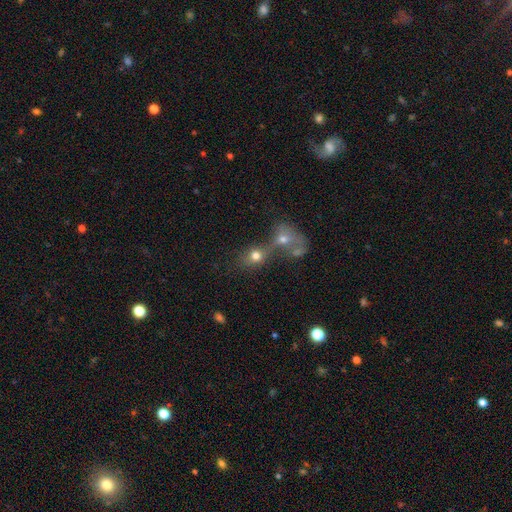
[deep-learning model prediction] smooth_or_featured: smooth (p=0.70) [alt: featured or disk p=0.17]
how_rounded: round (p=0.59) [alt: in between p=0.39]
merging: merger (p=0.64) [alt: none p=0.22]